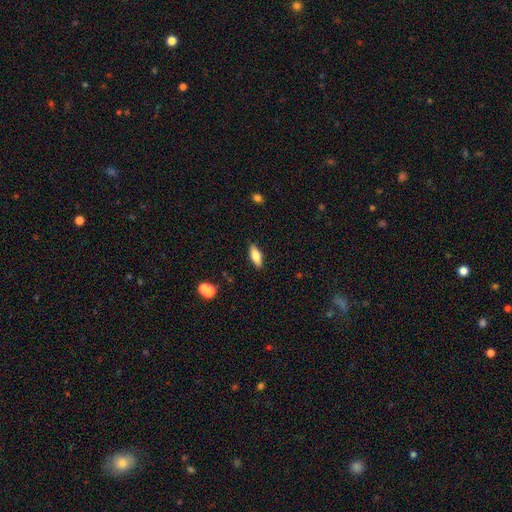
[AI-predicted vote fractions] smooth-or-featured: smooth: 68% | featured or disk: 25% | star or artifact: 7%
  how-rounded: in between: 70% | cigar-shaped: 28% | round: 3%
  merging: none: 88% | minor disturbance: 9% | major disturbance: 2% | merger: 2%